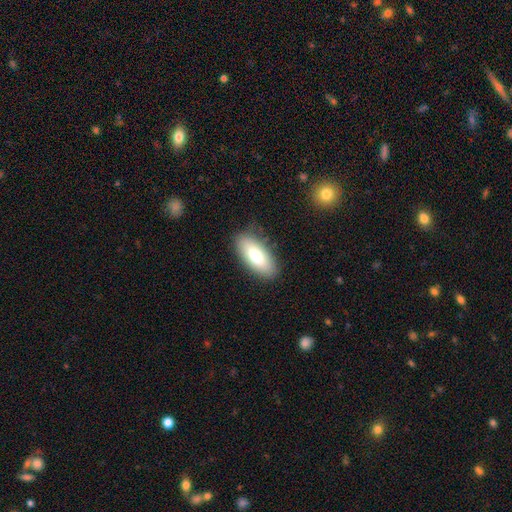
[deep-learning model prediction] smooth_or_featured: smooth (p=0.80) [alt: featured or disk p=0.14]
how_rounded: in between (p=0.84) [alt: cigar-shaped p=0.14]
merging: none (p=0.84) [alt: minor disturbance p=0.12]